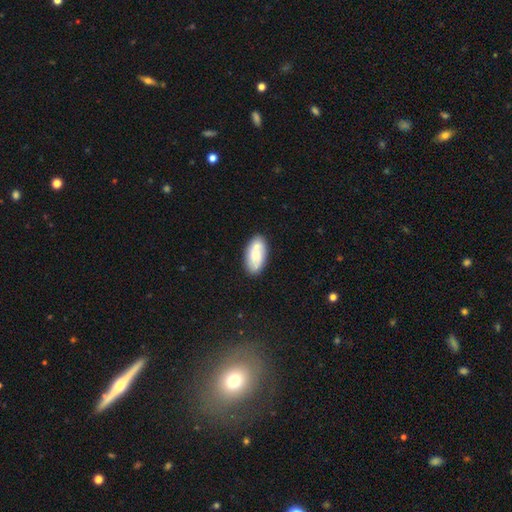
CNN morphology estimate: Q: Smooth or featured?
A: smooth (62%); runner-up: featured or disk (31%)
Q: How rounded?
A: in between (92%); runner-up: cigar-shaped (4%)
Q: Merging?
A: none (65%); runner-up: merger (16%)